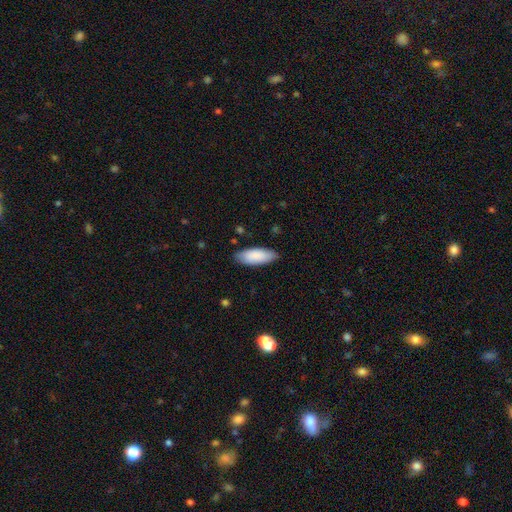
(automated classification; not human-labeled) Smooth or featured?
  - smooth: 87% *
  - featured or disk: 7%
  - star or artifact: 5%
How rounded?
  - in between: 78% *
  - cigar-shaped: 20%
  - round: 1%
Merging?
  - none: 84% *
  - minor disturbance: 13%
  - major disturbance: 2%
  - merger: 1%